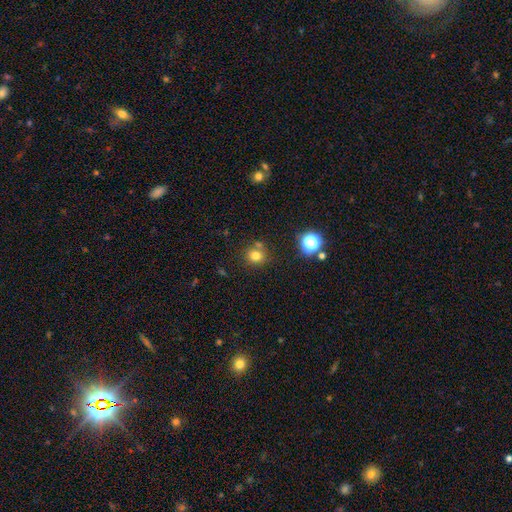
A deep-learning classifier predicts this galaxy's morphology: This is likely a smooth galaxy (76%). How rounded: clearly round (87%). Merging: likely none (72%).